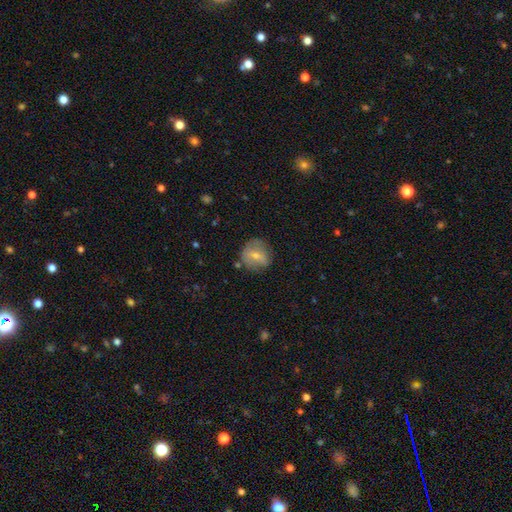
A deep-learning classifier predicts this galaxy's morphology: smooth 60%, featured or disk 32%, star or artifact 9%. Down the decision tree: how rounded — round (81%); merging — none (69%).